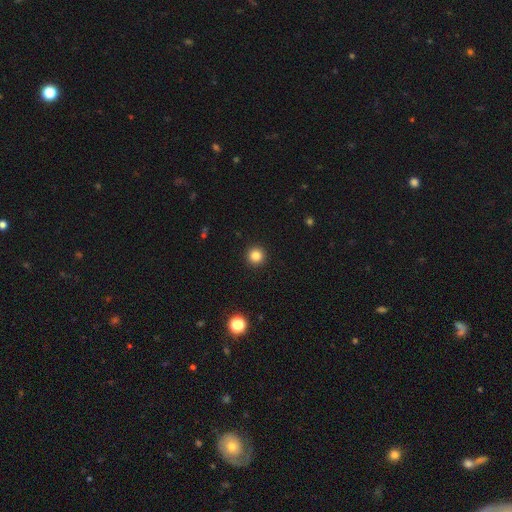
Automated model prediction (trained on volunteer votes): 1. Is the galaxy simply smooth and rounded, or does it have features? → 83% smooth, 12% star or artifact, 5% featured or disk.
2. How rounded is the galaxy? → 96% round, 3% in between, 1% cigar-shaped.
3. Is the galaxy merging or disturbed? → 93% none, 4% minor disturbance, 2% major disturbance, 1% merger.